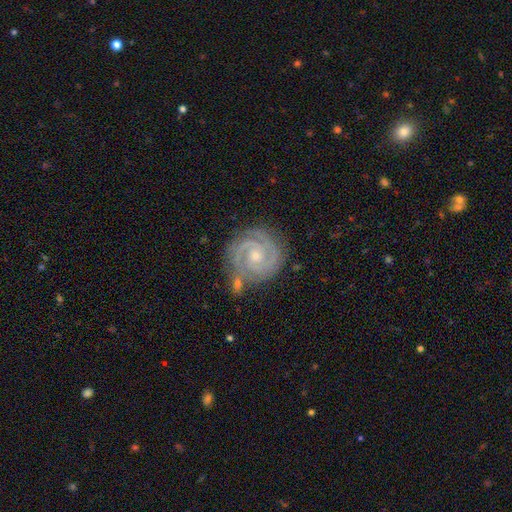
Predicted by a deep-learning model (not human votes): Smooth or featured? featured or disk (91%)
Edge-on disk? no (98%)
Bar? no (64%)
Spiral arms? yes (99%)
Spiral winding? tight (80%)
Spiral arm count? 2 (75%)
Bulge size? small (54%)
Merging? none (75%)